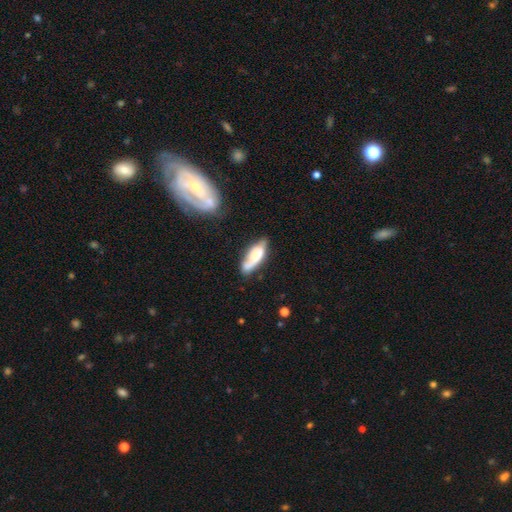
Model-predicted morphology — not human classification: Smooth or featured?
  - smooth: 59% *
  - featured or disk: 34%
  - star or artifact: 7%
How rounded?
  - in between: 67% *
  - cigar-shaped: 31%
  - round: 2%
Merging?
  - none: 50% *
  - minor disturbance: 29%
  - major disturbance: 11%
  - merger: 10%